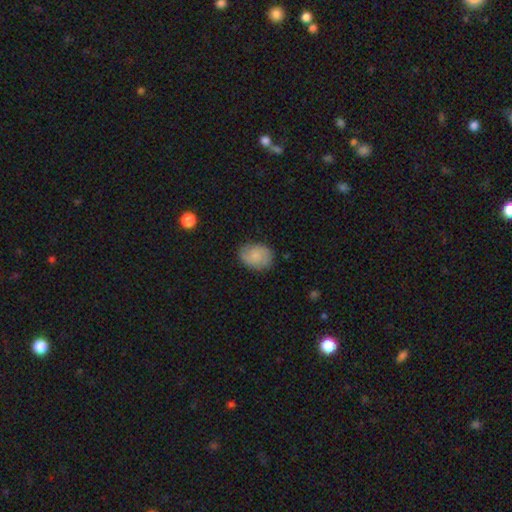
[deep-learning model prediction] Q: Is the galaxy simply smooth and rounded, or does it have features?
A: smooth — 73%.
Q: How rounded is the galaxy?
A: in between — 65%.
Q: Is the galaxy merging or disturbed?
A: none — 77%.